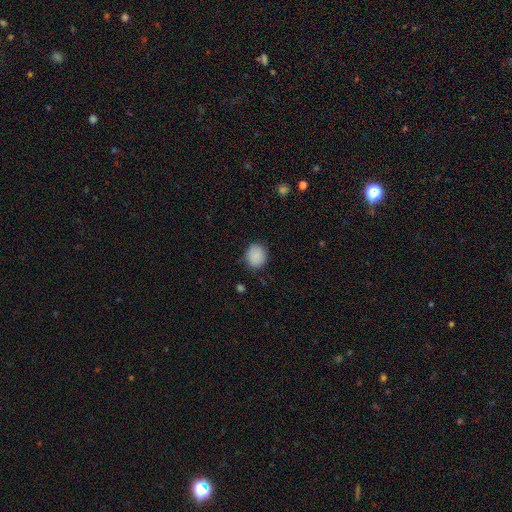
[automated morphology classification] Smooth or featured? smooth (88%)
How rounded? round (75%)
Merging? none (84%)